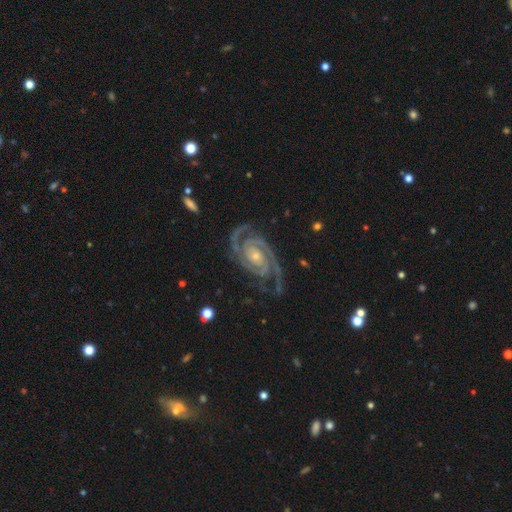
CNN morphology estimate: A featured or disk galaxy (94%) with no bar (61%), 2 (76%) tight (66%) spiral arms (99%) and a small central bulge (59%). Merging: none (77%).